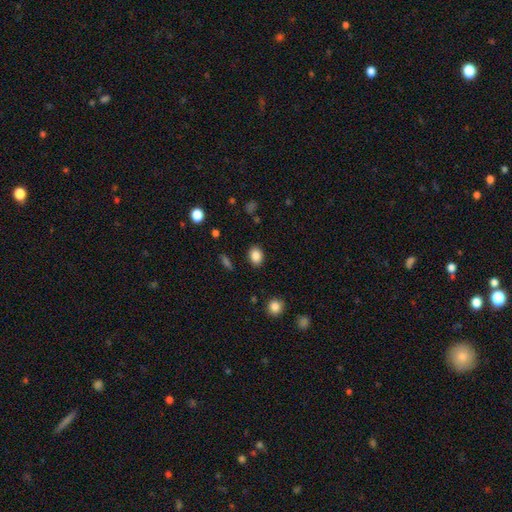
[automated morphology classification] Smooth or featured?
  - smooth: 85% *
  - star or artifact: 10%
  - featured or disk: 5%
How rounded?
  - in between: 56% *
  - round: 43%
  - cigar-shaped: 1%
Merging?
  - none: 87% *
  - minor disturbance: 9%
  - major disturbance: 3%
  - merger: 1%